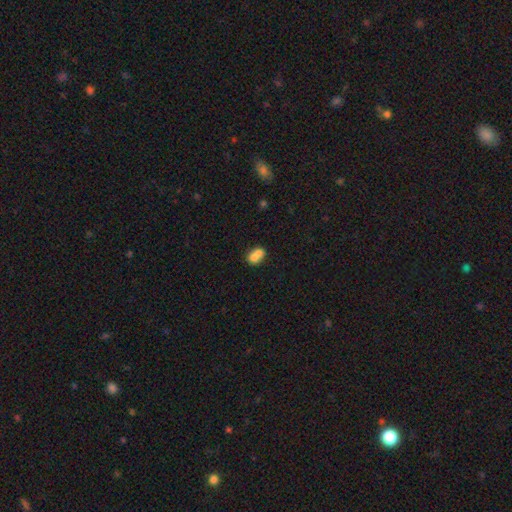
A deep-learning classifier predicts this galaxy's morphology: The model was most divided on "how rounded": in between: 51%, round: 48%, cigar-shaped: 1%. More confident: smooth or featured — smooth (70%); merging — merger (66%).